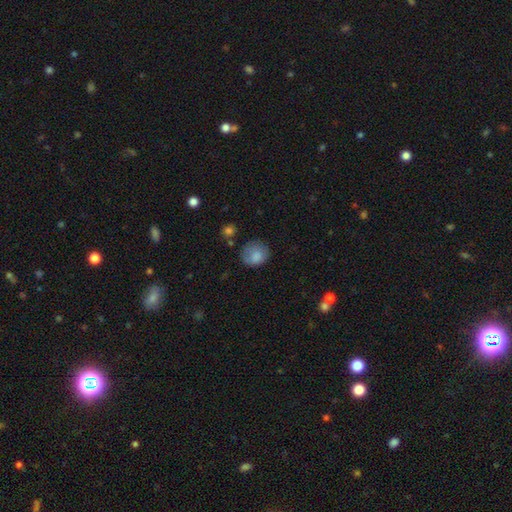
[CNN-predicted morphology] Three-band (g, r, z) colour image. It shows a smooth galaxy with no disk features (82%) that is round (76%). Merging: none (63%).